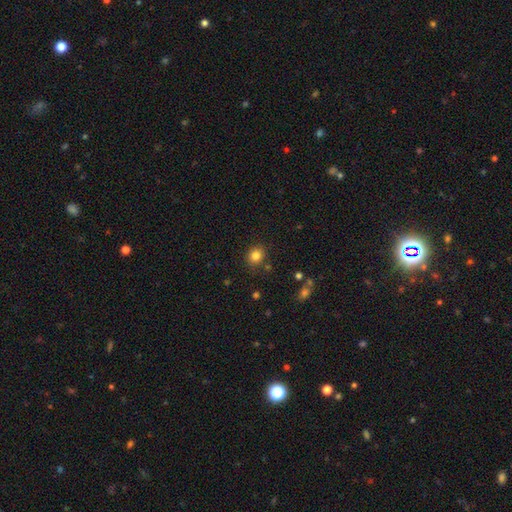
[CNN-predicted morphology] A smooth galaxy with no disk features (82%) that is round (78%).

Vote fractions:
- Smooth or featured? smooth: 82% / star or artifact: 12% / featured or disk: 6%
- How rounded? round: 78% / in between: 21% / cigar-shaped: 1%
- Merging? none: 83% / minor disturbance: 10% / merger: 4% / major disturbance: 3%